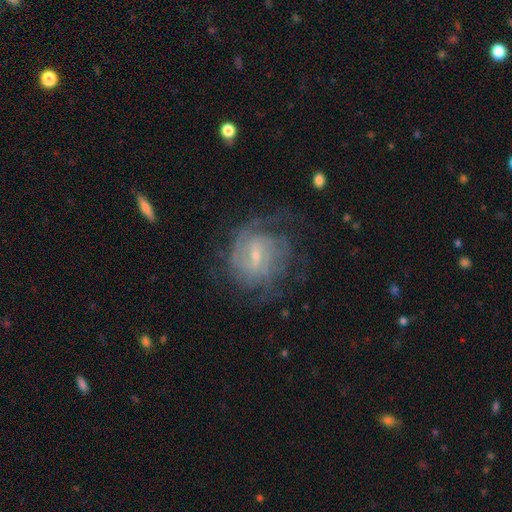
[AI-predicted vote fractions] This appears to be a featured or disk galaxy (81%) with a weak bar (60%), tight (57%) spiral arms (91%) and a small central bulge (68%). Merging: none (61%).